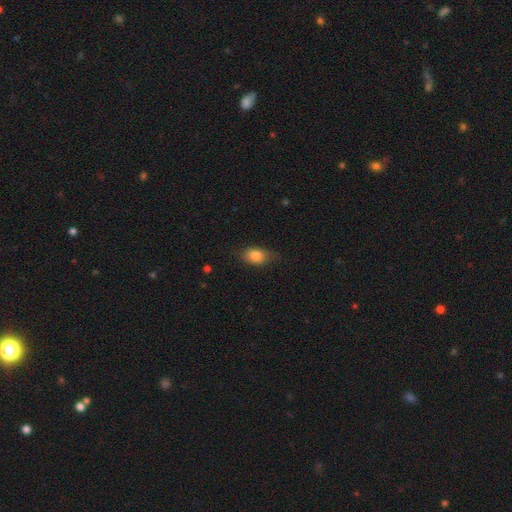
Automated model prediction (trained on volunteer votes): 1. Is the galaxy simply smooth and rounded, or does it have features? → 81% smooth, 10% featured or disk, 8% star or artifact.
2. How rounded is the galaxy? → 75% in between, 22% round, 3% cigar-shaped.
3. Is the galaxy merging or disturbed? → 68% none, 25% minor disturbance, 6% major disturbance, 1% merger.